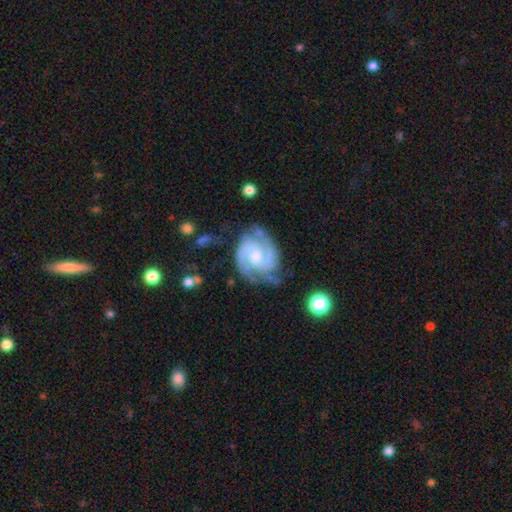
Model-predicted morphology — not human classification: This appears to be a featured or disk galaxy (89%) with no bar (55%), 2 (73%) tight (51%) spiral arms (98%) and a moderate central bulge (52%). Merging: none (66%).